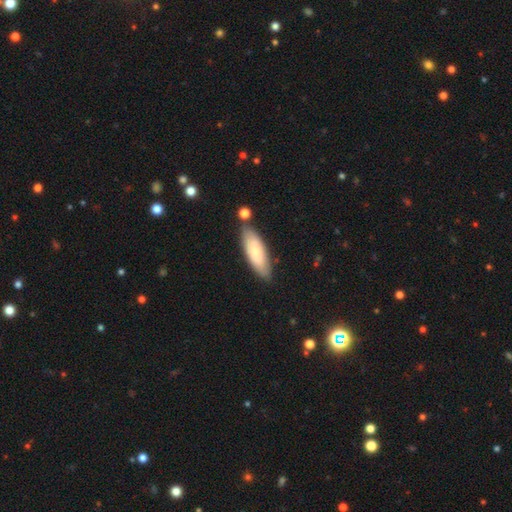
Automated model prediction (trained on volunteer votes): Overall: smooth (73%). How rounded: in between (59%; cigar-shaped 39%). Merging: none (73%).